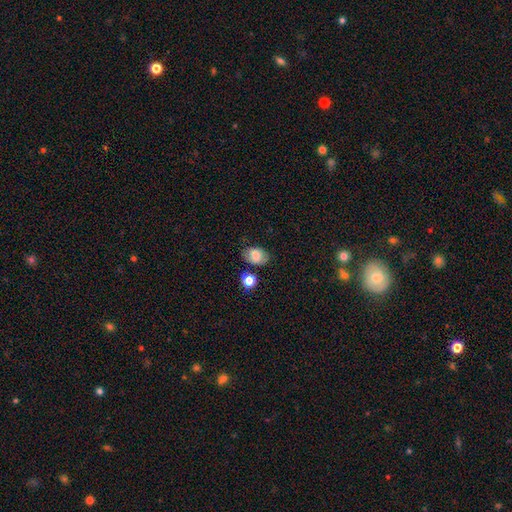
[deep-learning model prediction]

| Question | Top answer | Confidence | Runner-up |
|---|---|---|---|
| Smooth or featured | smooth | 77% | featured or disk (13%) |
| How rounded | in between | 73% | round (25%) |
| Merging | none | 69% | minor disturbance (19%) |